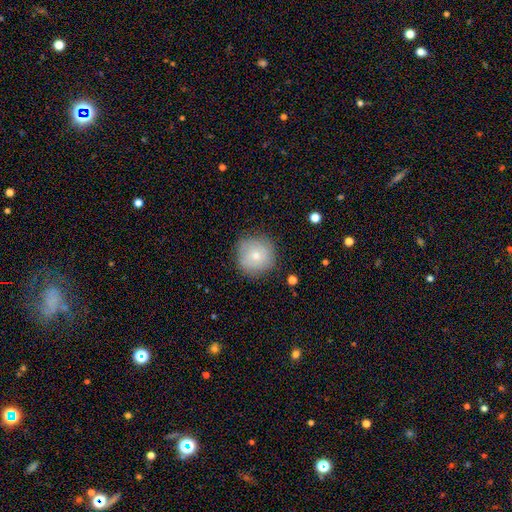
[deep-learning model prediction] This is likely a smooth galaxy (74%). How rounded: clearly round (95%). Merging: clearly none (84%).